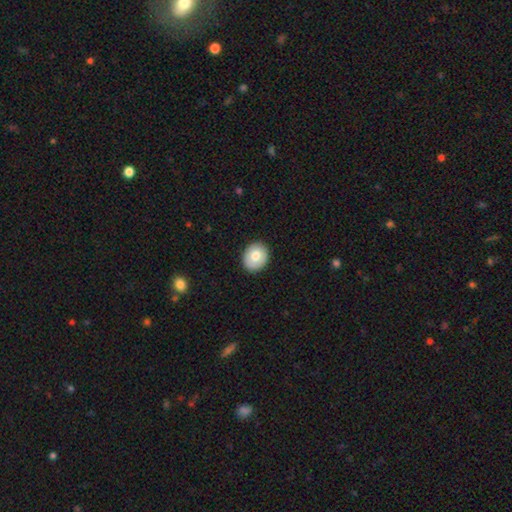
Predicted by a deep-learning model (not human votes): A smooth galaxy with no disk features (75%) that is round (60%). Merging: none (89%).